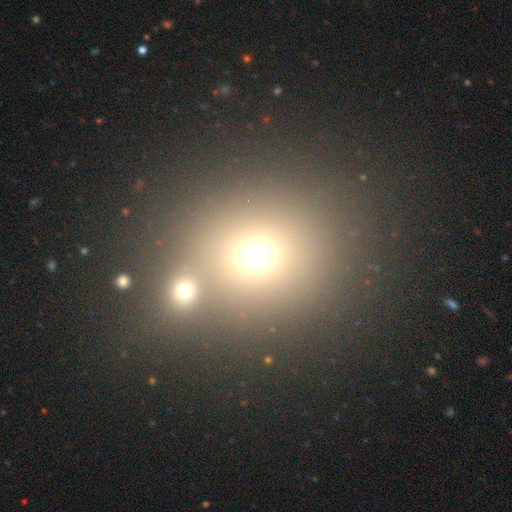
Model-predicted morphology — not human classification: Overall: smooth (65%). How rounded: round (79%). Merging: none (58%; merger 30%).